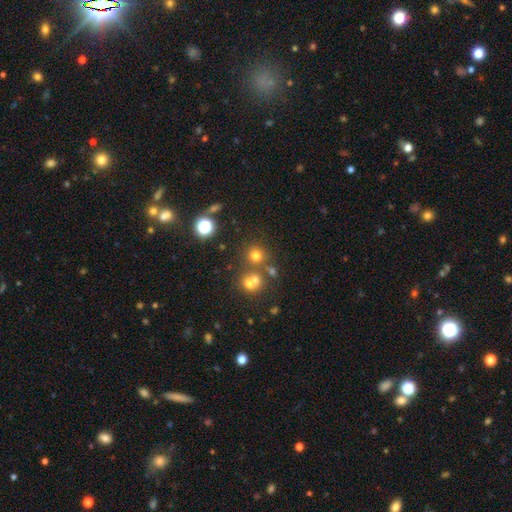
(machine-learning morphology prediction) This is likely a smooth galaxy (69%). How rounded: clearly round (90%). Merging: likely none (67%).